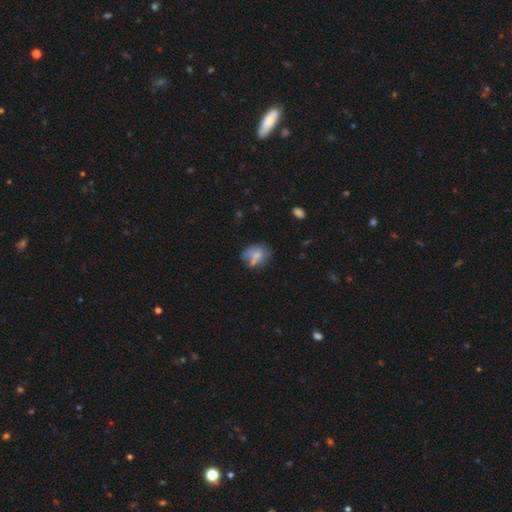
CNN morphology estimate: smooth_or_featured: smooth (p=0.62) [alt: featured or disk p=0.27]
how_rounded: in between (p=0.54) [alt: round p=0.45]
merging: none (p=0.45) [alt: minor disturbance p=0.25]